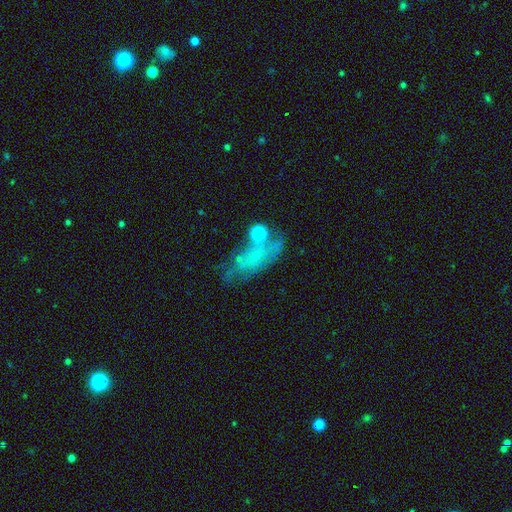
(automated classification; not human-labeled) Smooth or featured?
  - smooth: 44% *
  - featured or disk: 39%
  - star or artifact: 17%
Merging?
  - none: 41% *
  - minor disturbance: 25%
  - major disturbance: 22%
  - merger: 12%